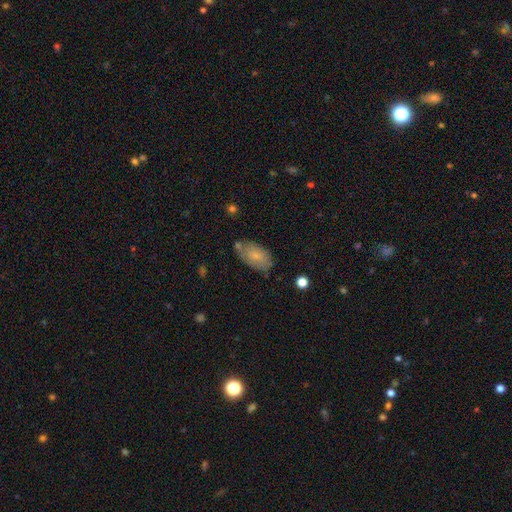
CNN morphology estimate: type=smooth (74%); roundness=in between (93%); merging=none (62%).